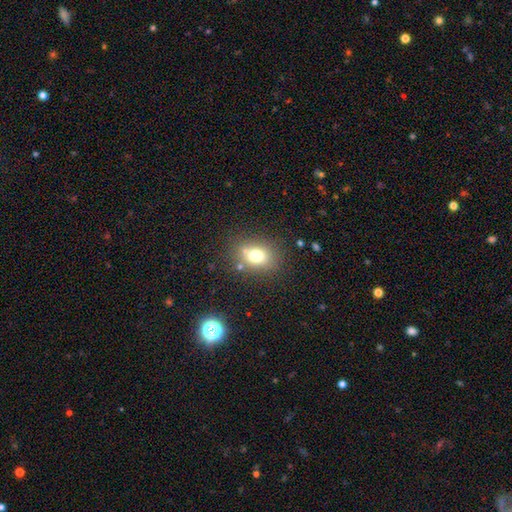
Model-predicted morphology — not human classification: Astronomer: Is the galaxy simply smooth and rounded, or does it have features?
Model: smooth — 74%.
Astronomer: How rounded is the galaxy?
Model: in between — 50% (runner-up: round, 49%).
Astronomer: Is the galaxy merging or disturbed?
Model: none — 73%.